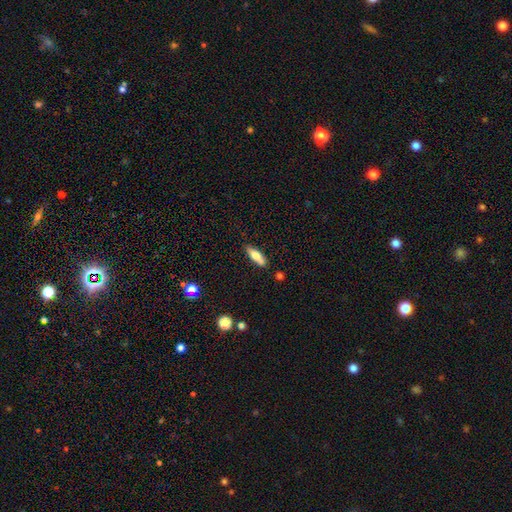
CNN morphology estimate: This is likely a smooth galaxy (65%). How rounded: possibly in between (56%). Merging: likely none (75%).